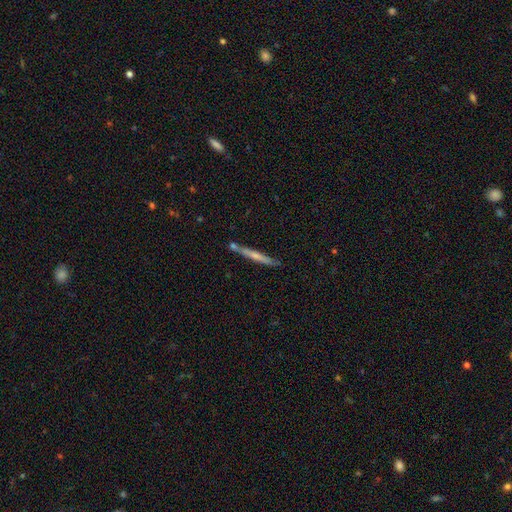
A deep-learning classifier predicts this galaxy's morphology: A featured or disk galaxy (50%).

Vote fractions:
- Smooth or featured? featured or disk: 50% / smooth: 44% / star or artifact: 6%
- Merging? none: 76% / minor disturbance: 13% / merger: 8% / major disturbance: 3%